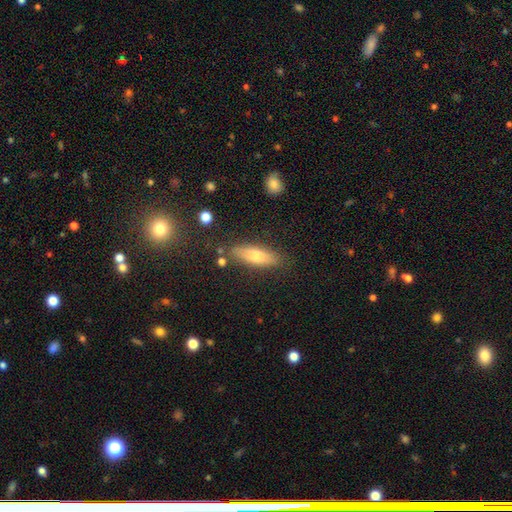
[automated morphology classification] Smooth or featured? smooth (65%)
How rounded? cigar-shaped (51%)
Merging? none (83%)